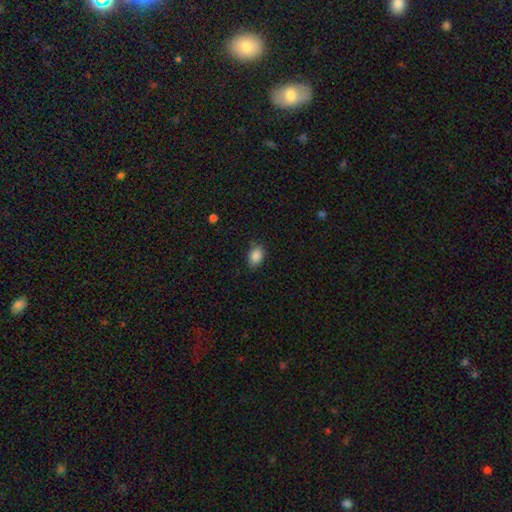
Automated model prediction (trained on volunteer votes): smooth-or-featured: smooth: 88% | star or artifact: 8% | featured or disk: 4%
  how-rounded: in between: 81% | round: 17% | cigar-shaped: 1%
  merging: none: 79% | minor disturbance: 16% | major disturbance: 3% | merger: 1%